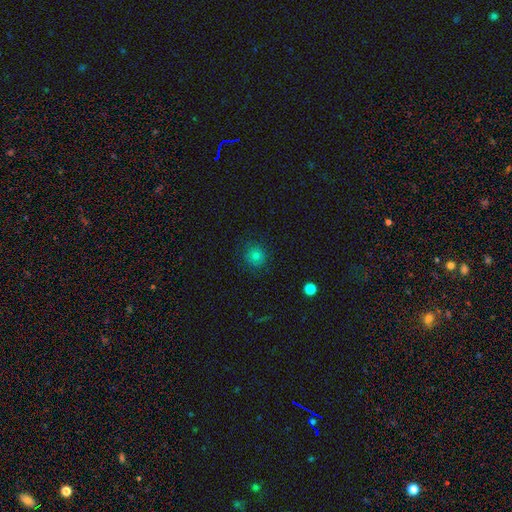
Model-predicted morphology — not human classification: smooth-or-featured: smooth: 76% | star or artifact: 17% | featured or disk: 7%
  how-rounded: round: 92% | in between: 7% | cigar-shaped: 1%
  merging: none: 87% | minor disturbance: 9% | major disturbance: 3% | merger: 1%